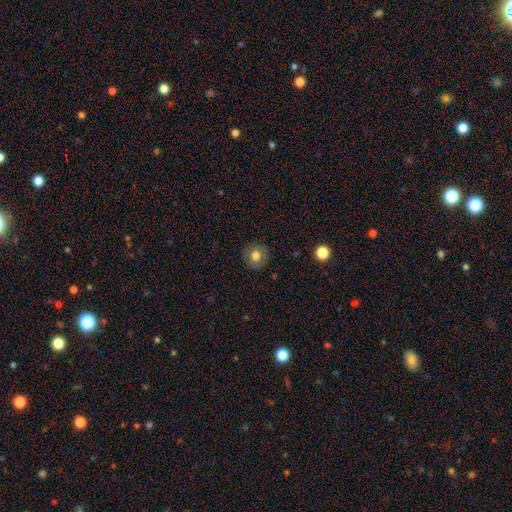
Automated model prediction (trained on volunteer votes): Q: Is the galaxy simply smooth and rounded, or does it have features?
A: smooth — 75%.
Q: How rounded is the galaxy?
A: round — 90%.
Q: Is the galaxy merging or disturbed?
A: none — 88%.